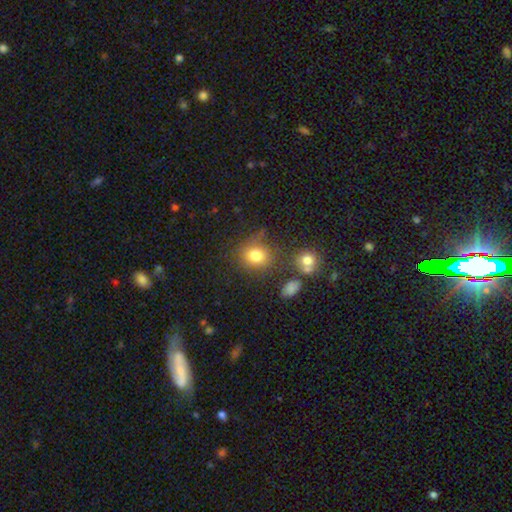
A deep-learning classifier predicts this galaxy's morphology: Smooth or featured? smooth (79%)
How rounded? round (71%)
Merging? none (70%)